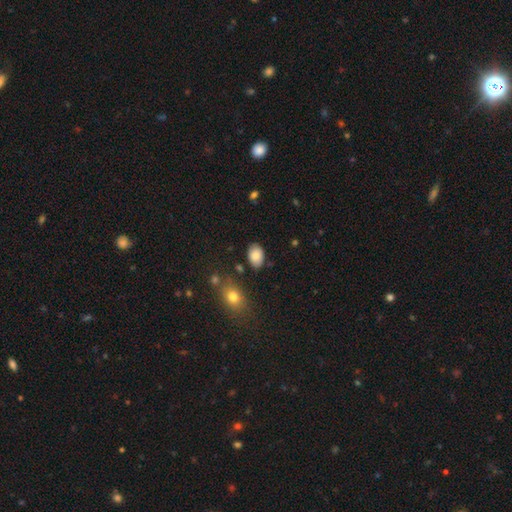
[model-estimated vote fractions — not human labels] A smooth galaxy with no disk features (85%) that is in between round and cigar-shaped (85%).

Vote fractions:
- Smooth or featured? smooth: 85% / star or artifact: 8% / featured or disk: 7%
- How rounded? in between: 85% / round: 14% / cigar-shaped: 1%
- Merging? none: 81% / minor disturbance: 13% / major disturbance: 3% / merger: 3%